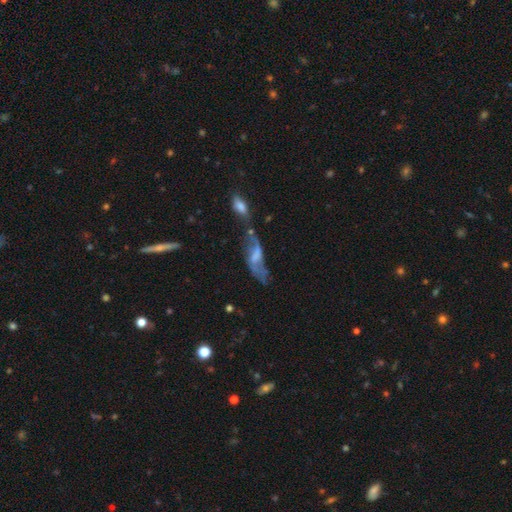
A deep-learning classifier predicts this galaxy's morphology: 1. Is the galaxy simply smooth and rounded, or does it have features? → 56% featured or disk, 34% smooth, 10% star or artifact.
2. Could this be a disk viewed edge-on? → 82% no, 18% yes.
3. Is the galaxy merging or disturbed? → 33% merger, 26% none, 23% major disturbance, 18% minor disturbance.